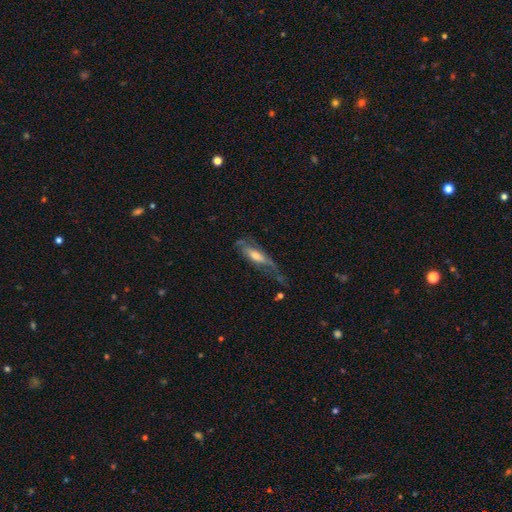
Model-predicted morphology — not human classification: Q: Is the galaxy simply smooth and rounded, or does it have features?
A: featured or disk — 56%.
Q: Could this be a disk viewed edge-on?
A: no — 63%.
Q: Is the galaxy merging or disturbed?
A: major disturbance — 39%.